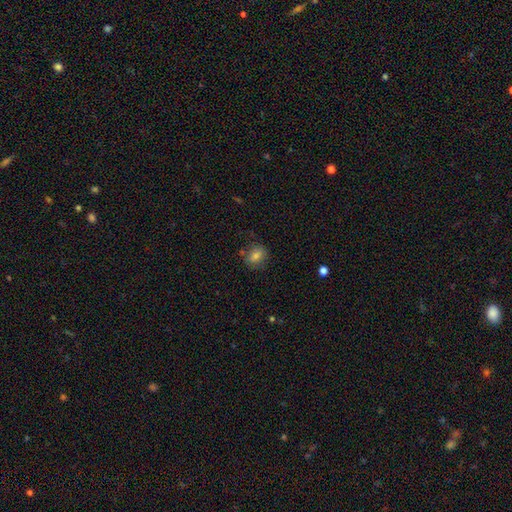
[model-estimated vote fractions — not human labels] Smooth or featured?
  - smooth: 75% *
  - star or artifact: 13%
  - featured or disk: 12%
How rounded?
  - in between: 50% *
  - round: 48%
  - cigar-shaped: 2%
Merging?
  - none: 77% *
  - minor disturbance: 15%
  - major disturbance: 5%
  - merger: 3%